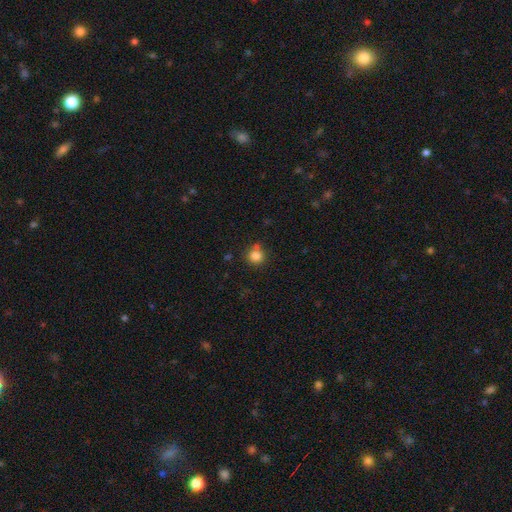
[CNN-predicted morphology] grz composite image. It shows a smooth galaxy with no disk features (84%) that is round (91%). Merging: none (74%).